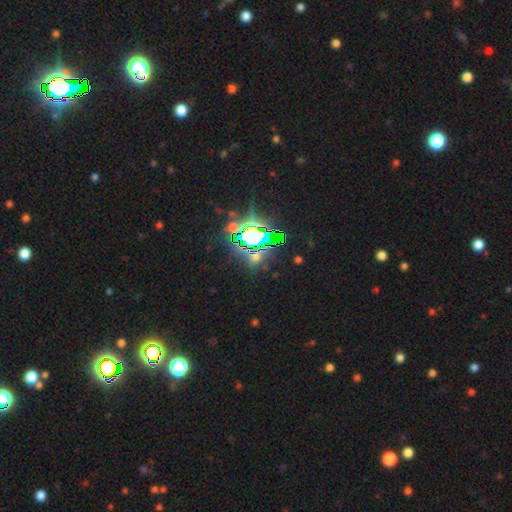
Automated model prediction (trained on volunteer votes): A star or artifact, not a galaxy (75%).